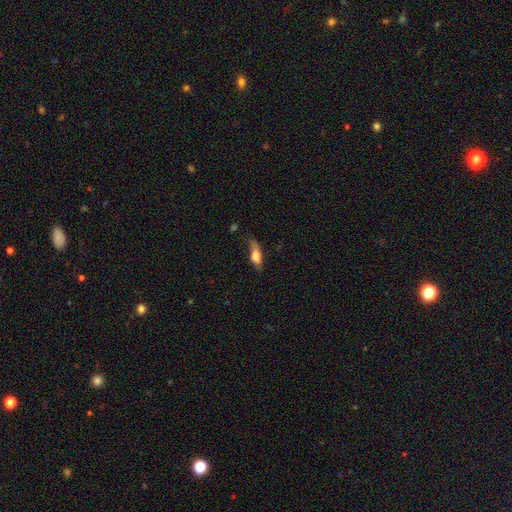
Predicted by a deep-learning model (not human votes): Overall: smooth (64%; featured or disk 28%). How rounded: in between (58%; cigar-shaped 39%). Merging: none (49%; minor disturbance 32%).